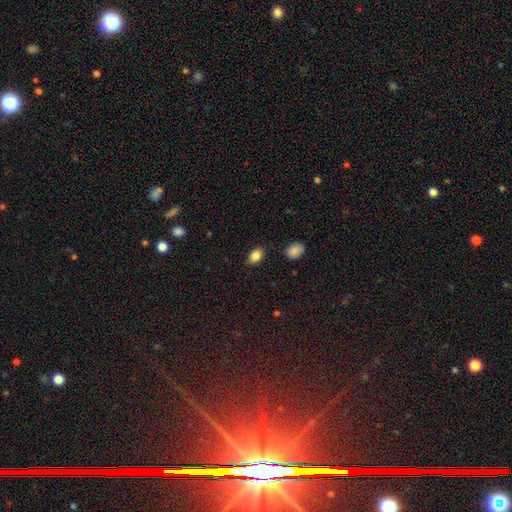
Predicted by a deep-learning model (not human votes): A smooth galaxy with no disk features (84%) that is in between round and cigar-shaped (83%).

Vote fractions:
- Smooth or featured? smooth: 84% / star or artifact: 9% / featured or disk: 7%
- How rounded? in between: 83% / round: 16% / cigar-shaped: 2%
- Merging? none: 83% / minor disturbance: 13% / major disturbance: 3% / merger: 2%